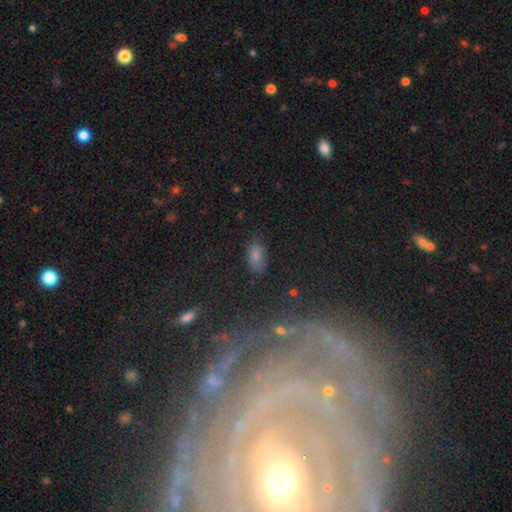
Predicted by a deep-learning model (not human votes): smooth_or_featured: smooth (p=0.75) [alt: star or artifact p=0.16]
how_rounded: in between (p=0.90) [alt: round p=0.06]
merging: none (p=0.69) [alt: minor disturbance p=0.22]